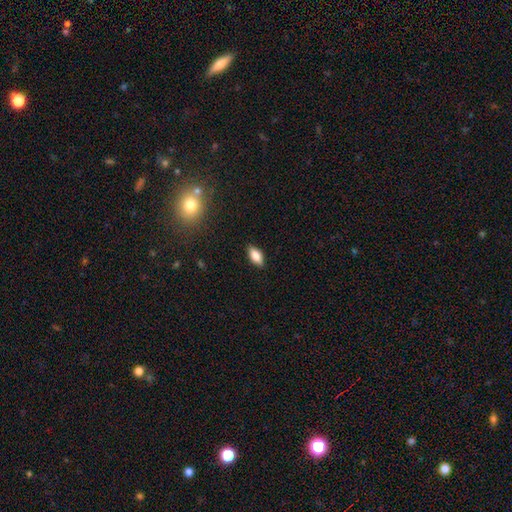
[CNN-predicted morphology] Q: Smooth or featured?
A: smooth (81%); runner-up: featured or disk (11%)
Q: How rounded?
A: in between (88%); runner-up: cigar-shaped (9%)
Q: Merging?
A: none (87%); runner-up: minor disturbance (9%)